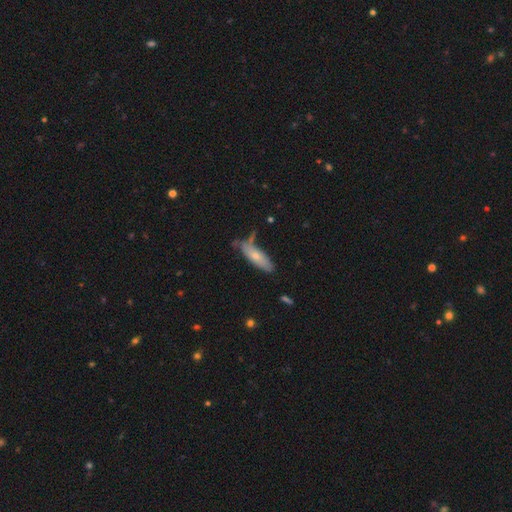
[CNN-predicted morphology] smooth_or_featured: smooth (p=0.64) [alt: featured or disk p=0.29]
how_rounded: cigar-shaped (p=0.50) [alt: in between p=0.48]
merging: none (p=0.58) [alt: minor disturbance p=0.25]